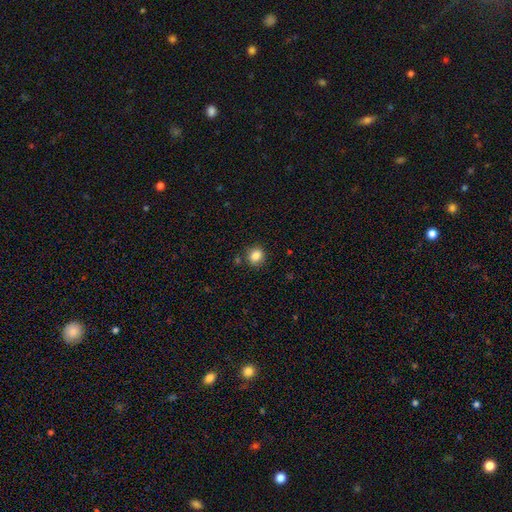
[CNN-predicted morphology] Smooth or featured? smooth (85%)
How rounded? round (78%)
Merging? none (84%)